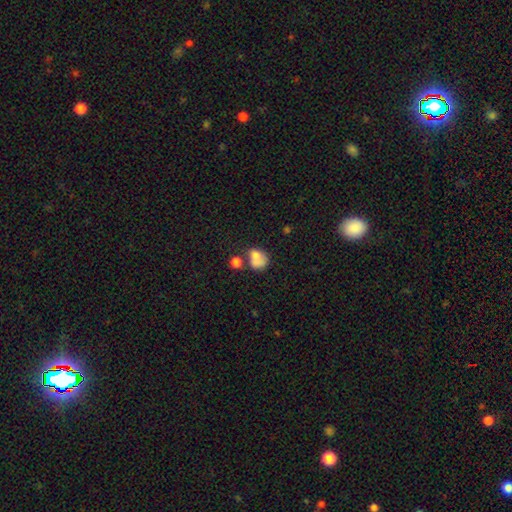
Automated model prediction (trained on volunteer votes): The model was most divided on "how rounded": round: 51%, in between: 47%, cigar-shaped: 1%. Remaining: smooth or featured — smooth (75%); merging — merger (41%).